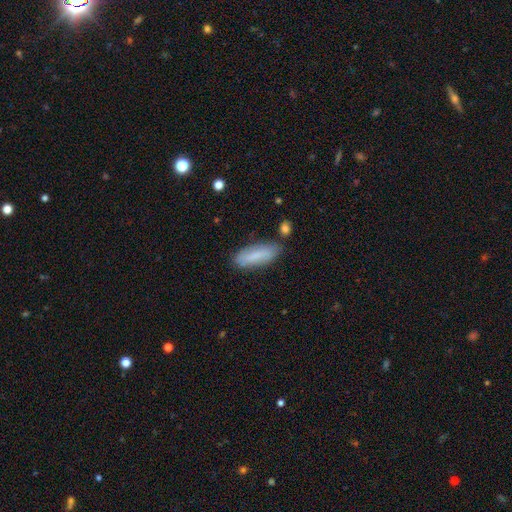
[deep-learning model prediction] Smooth or featured: smooth — 76% (featured or disk — 17%)
How rounded: in between — 53% (cigar-shaped — 45%)
Merging: none — 75% (minor disturbance — 17%)